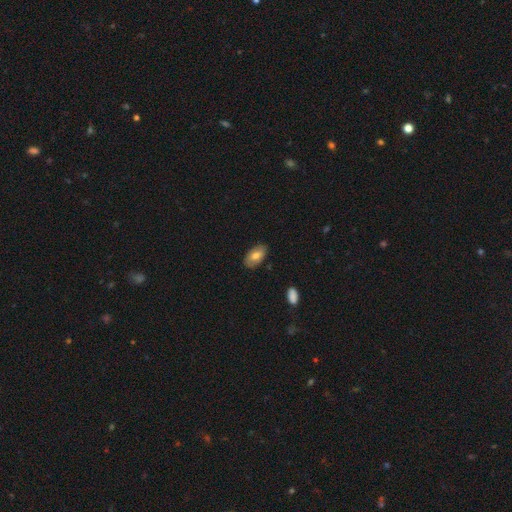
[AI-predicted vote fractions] smooth 68%, featured or disk 25%, star or artifact 7%. Down the decision tree: how rounded — in between (94%); merging — none (84%).